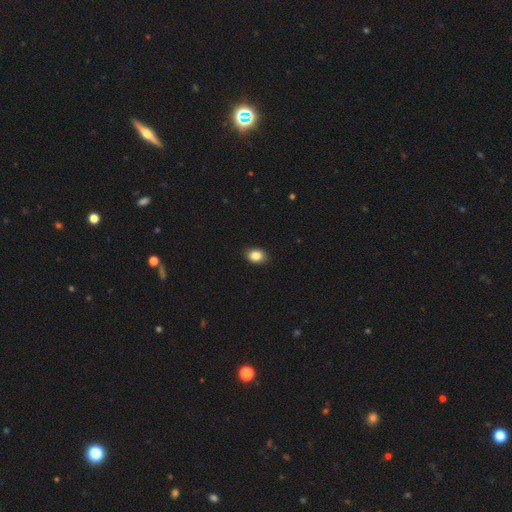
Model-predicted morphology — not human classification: The model was most divided on "how rounded": in between: 67%, round: 32%, cigar-shaped: 1%. More confident: merging — none (89%); smooth or featured — smooth (85%).